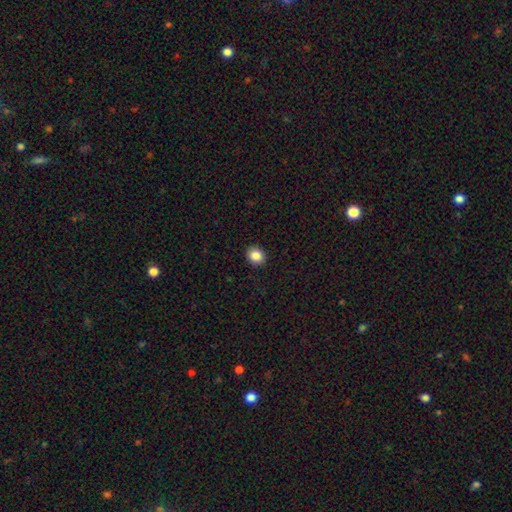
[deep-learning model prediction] Morphology: type=smooth (86%); roundness=round (73%); merging=none (92%).